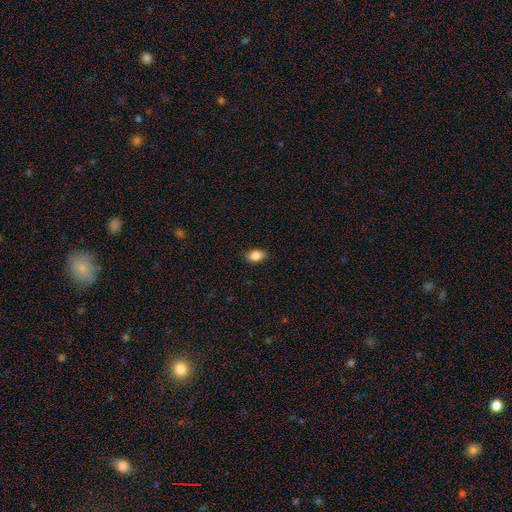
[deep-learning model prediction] This appears to be a smooth galaxy with no disk features (86%) that is in between round and cigar-shaped (84%). Merging: none (86%).